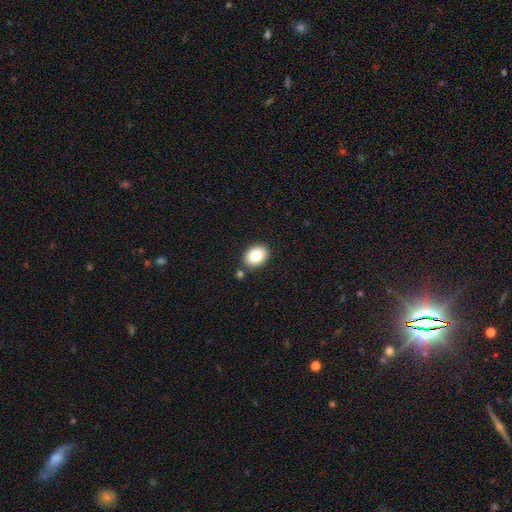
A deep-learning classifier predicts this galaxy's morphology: type=smooth (82%); roundness=in between (71%); merging=none (85%).